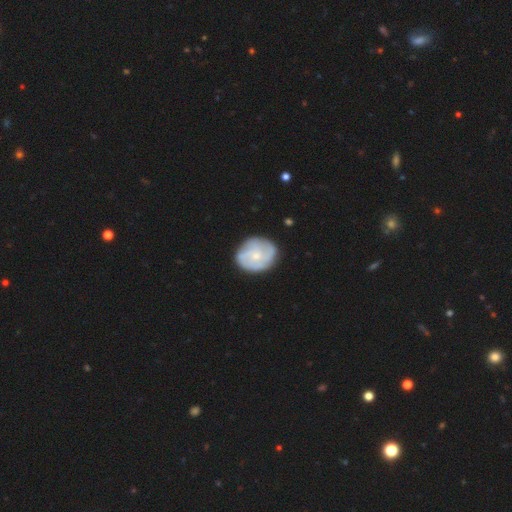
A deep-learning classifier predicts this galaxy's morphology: Smooth or featured: featured or disk — 63% (smooth — 32%)
Edge-on disk: no — 98% (yes — 2%)
Bar: no — 74% (weak — 22%)
Spiral arms: yes — 85% (no — 15%)
Spiral winding: tight — 48% (medium — 37%)
Spiral arm count: can't tell — 32% (3 — 29%)
Bulge size: small — 65% (moderate — 30%)
Merging: none — 77% (minor disturbance — 17%)